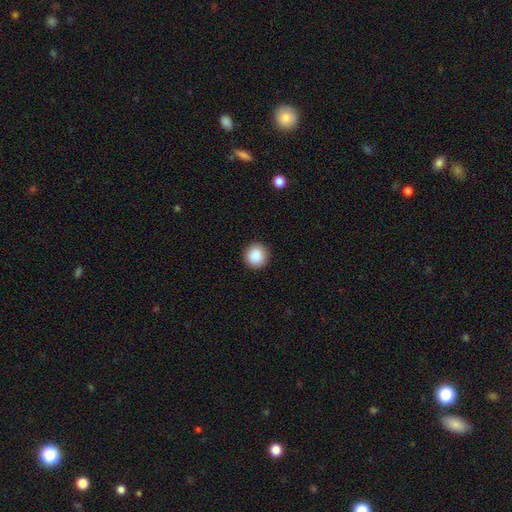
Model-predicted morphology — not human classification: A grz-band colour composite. It shows a smooth galaxy with no disk features (89%) that is round (95%). Merging: none (92%).